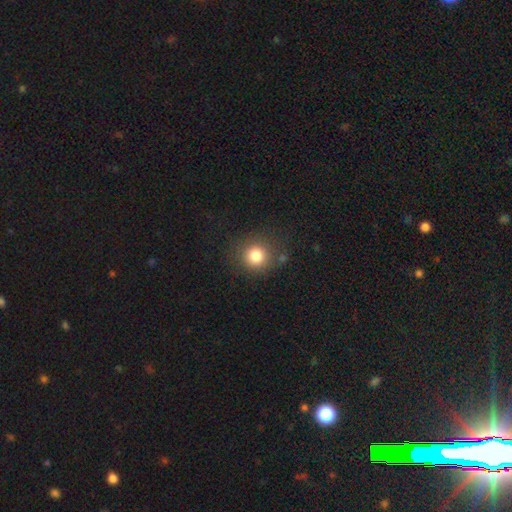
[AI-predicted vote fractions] A smooth galaxy with no disk features (82%) that is round (90%).

Vote fractions:
- Smooth or featured? smooth: 82% / star or artifact: 12% / featured or disk: 7%
- How rounded? round: 90% / in between: 9% / cigar-shaped: 1%
- Merging? none: 80% / minor disturbance: 11% / major disturbance: 5% / merger: 3%